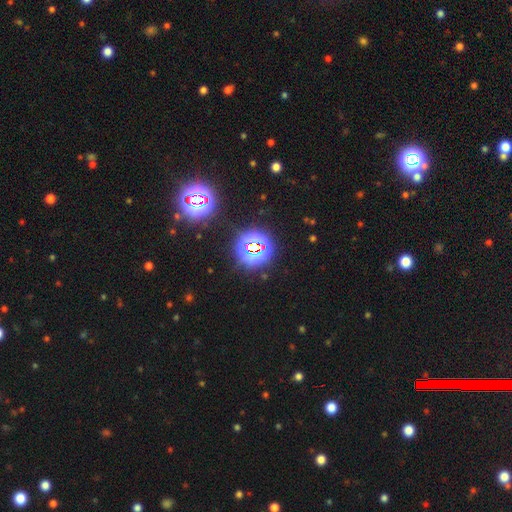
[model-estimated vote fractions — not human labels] Smooth or featured: star or artifact — 82% (smooth — 12%)